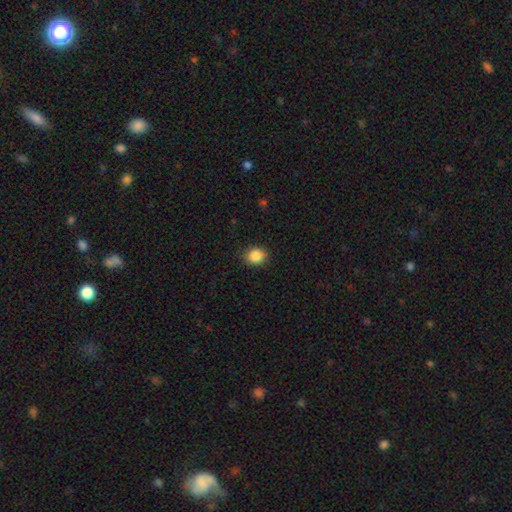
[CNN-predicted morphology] Smooth or featured? Predicted: smooth (p=0.87). How rounded? Predicted: round (p=0.75). Merging? Predicted: none (p=0.86).